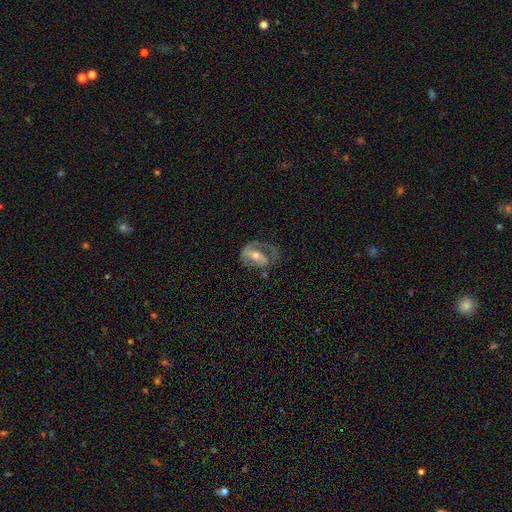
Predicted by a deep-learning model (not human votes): The model was most divided on "bar": no: 36%, weak: 34%, strong: 30%. Remaining: edge-on disk — no (94%); smooth or featured — featured or disk (69%); spiral arms — yes (64%); bulge size — moderate (60%); merging — none (41%).